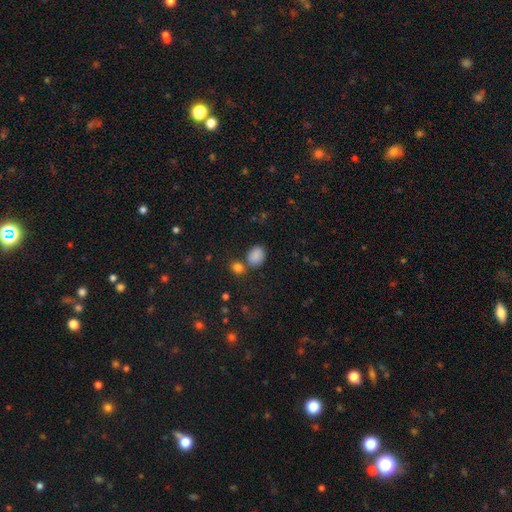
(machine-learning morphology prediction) Overall: smooth (84%). How rounded: in between (59%; round 39%). Merging: none (63%).